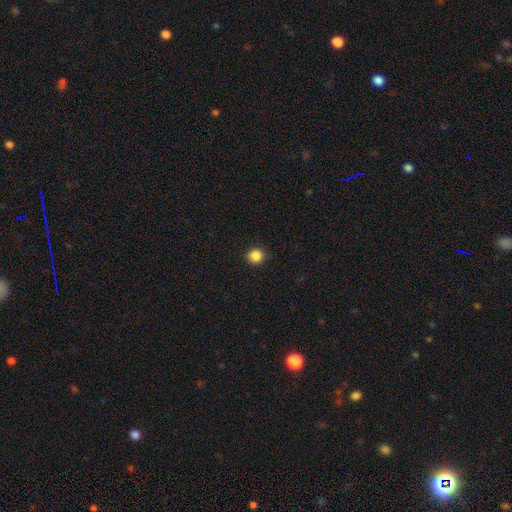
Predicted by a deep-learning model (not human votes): smooth-or-featured: smooth: 86% | star or artifact: 11% | featured or disk: 3%
  how-rounded: round: 93% | in between: 6% | cigar-shaped: 1%
  merging: none: 91% | minor disturbance: 6% | major disturbance: 2% | merger: 1%